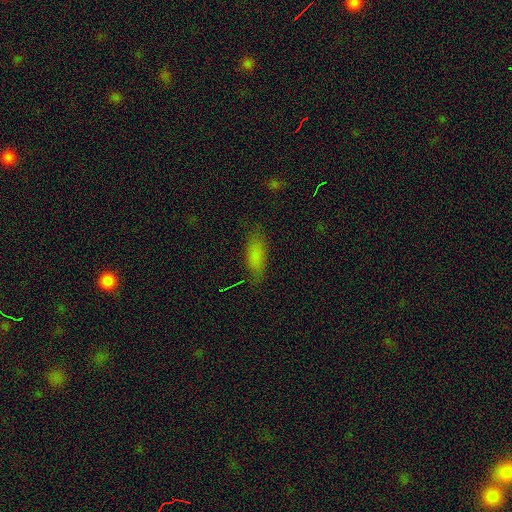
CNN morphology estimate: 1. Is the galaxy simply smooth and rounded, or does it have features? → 79% smooth, 11% star or artifact, 10% featured or disk.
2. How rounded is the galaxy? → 72% in between, 26% cigar-shaped, 3% round.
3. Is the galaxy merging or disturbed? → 75% none, 18% minor disturbance, 5% major disturbance, 2% merger.